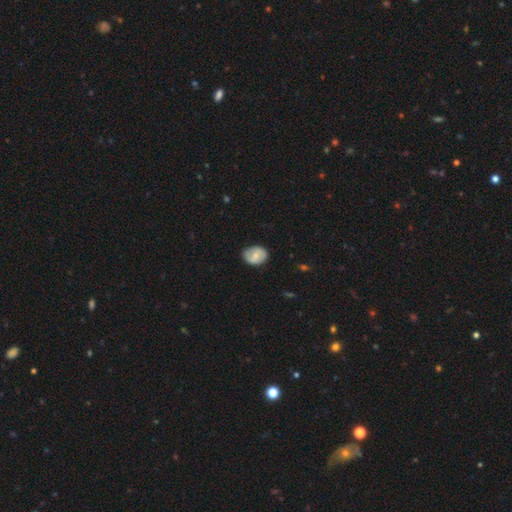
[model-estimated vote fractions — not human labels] The model was most divided on "smooth or featured": smooth: 58%, featured or disk: 35%, star or artifact: 7%. More confident: merging — none (76%); how rounded — in between (64%).